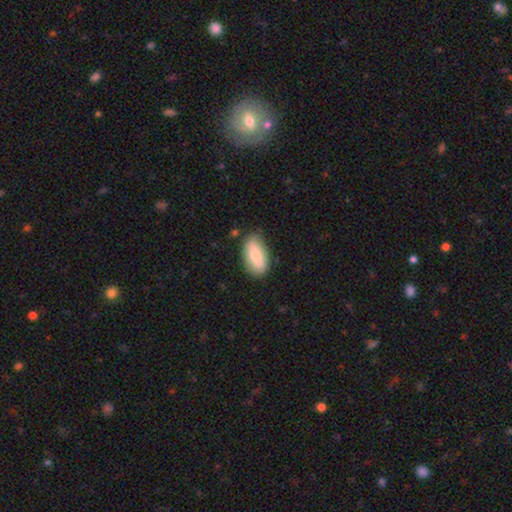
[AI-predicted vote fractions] smooth_or_featured: smooth (p=0.77) [alt: featured or disk p=0.16]
how_rounded: in between (p=0.91) [alt: cigar-shaped p=0.06]
merging: none (p=0.78) [alt: minor disturbance p=0.17]